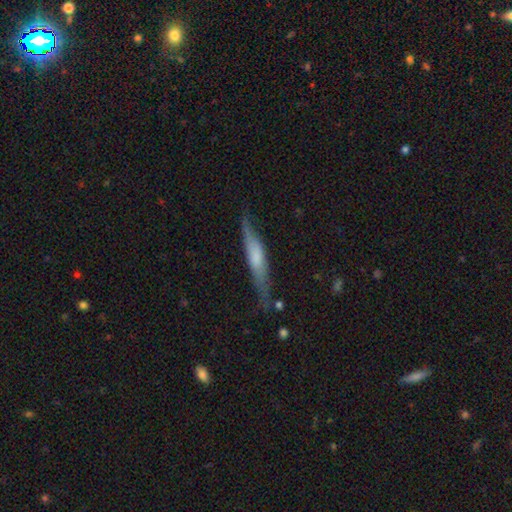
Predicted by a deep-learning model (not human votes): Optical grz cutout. It shows a smooth galaxy with no disk features (48%). Merging: none (66%).